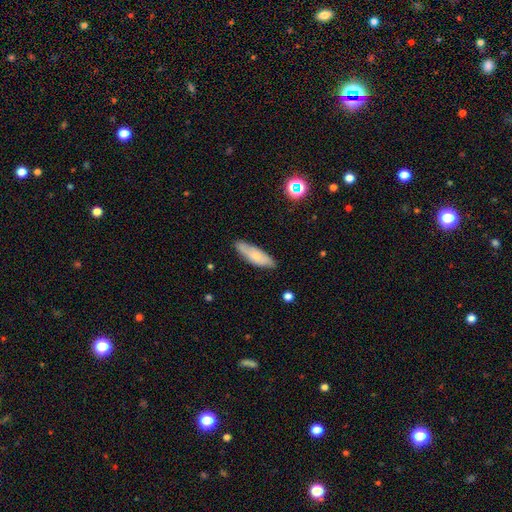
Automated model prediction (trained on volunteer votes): This is likely a smooth galaxy (64%). How rounded: possibly in between (49%, tied with cigar-shaped). Merging: likely none (78%).